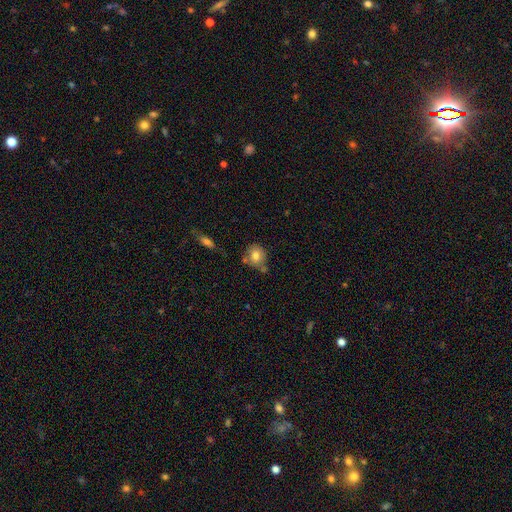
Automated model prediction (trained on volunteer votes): Overall: smooth (77%). How rounded: round (77%). Merging: none (59%; minor disturbance 20%).